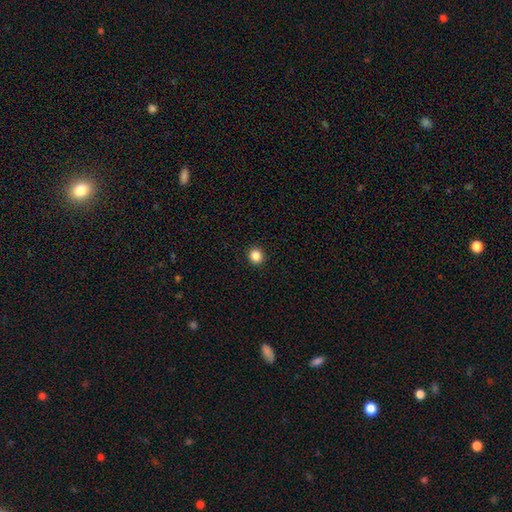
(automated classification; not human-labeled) Smooth or featured?
  - smooth: 86% *
  - star or artifact: 11%
  - featured or disk: 3%
How rounded?
  - round: 89% *
  - in between: 10%
  - cigar-shaped: 1%
Merging?
  - none: 93% *
  - minor disturbance: 5%
  - major disturbance: 2%
  - merger: 1%